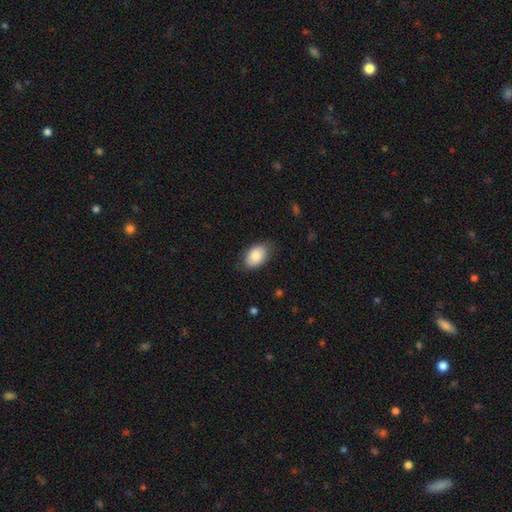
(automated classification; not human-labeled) Smooth or featured: smooth — 84% (featured or disk — 10%)
How rounded: in between — 90% (round — 9%)
Merging: none — 77% (minor disturbance — 18%)